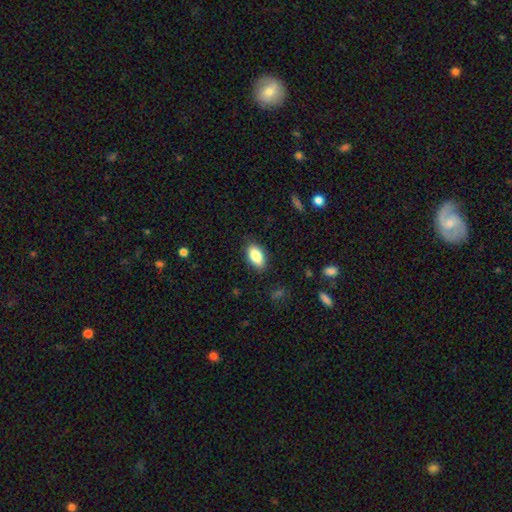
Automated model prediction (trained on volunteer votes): Overall: smooth (84%). How rounded: in between (91%). Merging: none (86%).